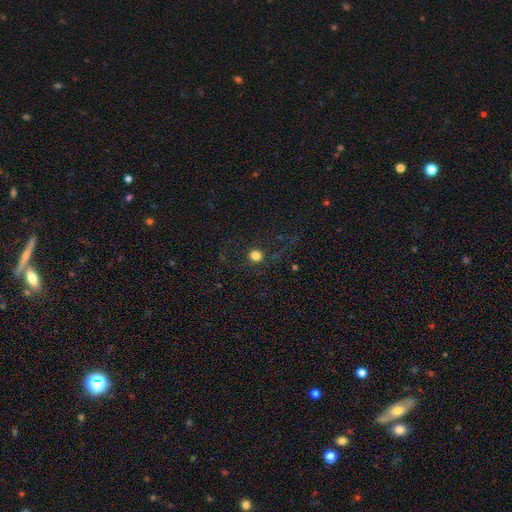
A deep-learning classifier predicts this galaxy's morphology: Smooth or featured: smooth — 78% (star or artifact — 16%)
How rounded: round — 93% (in between — 6%)
Merging: none — 87% (minor disturbance — 7%)